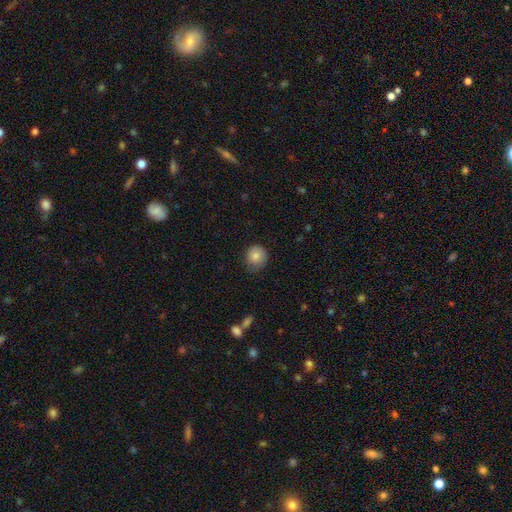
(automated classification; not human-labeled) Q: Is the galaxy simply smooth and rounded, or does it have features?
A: smooth — 81%.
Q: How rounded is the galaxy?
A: round — 87%.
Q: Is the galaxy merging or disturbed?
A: none — 70%.